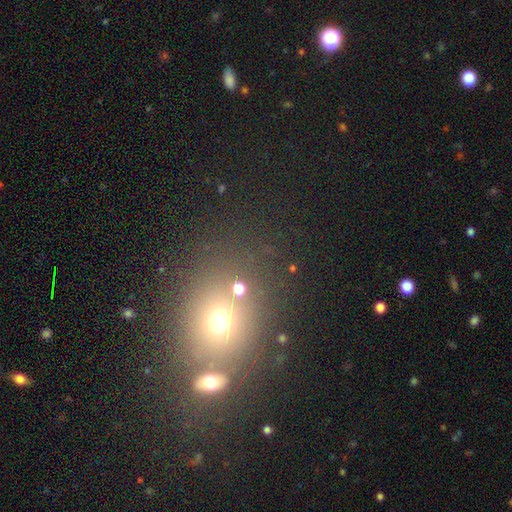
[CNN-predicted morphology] smooth_or_featured: smooth (p=0.51) [alt: star or artifact p=0.36]
how_rounded: round (p=0.60) [alt: in between p=0.38]
merging: none (p=0.65) [alt: merger p=0.20]